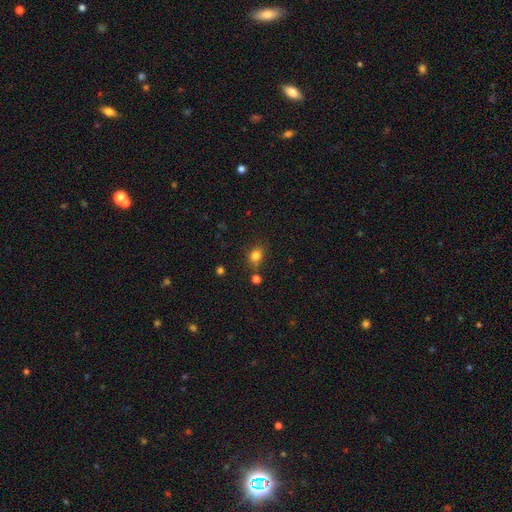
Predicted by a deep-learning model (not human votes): A smooth galaxy with no disk features (81%) that is round (60%). Merging: none (71%).